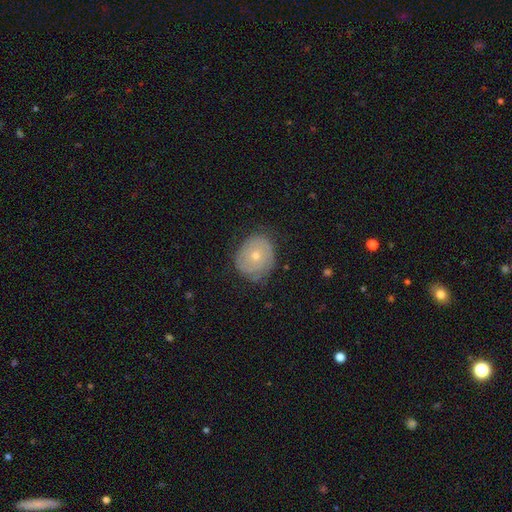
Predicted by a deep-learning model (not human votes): A featured or disk galaxy (50%). Merging: none (69%).